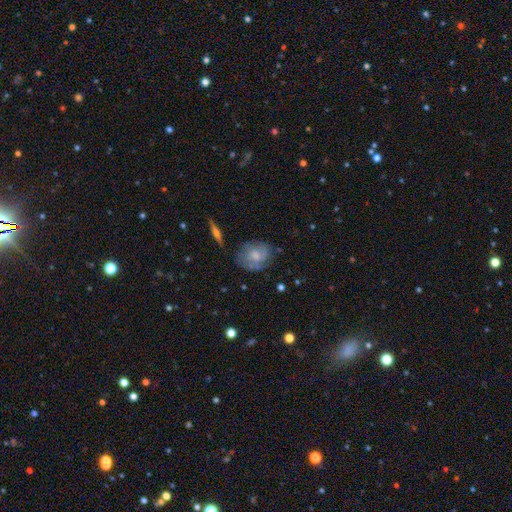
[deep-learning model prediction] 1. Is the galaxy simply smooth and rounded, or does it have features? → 49% smooth, 43% featured or disk, 8% star or artifact.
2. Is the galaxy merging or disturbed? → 64% none, 24% minor disturbance, 9% major disturbance, 3% merger.